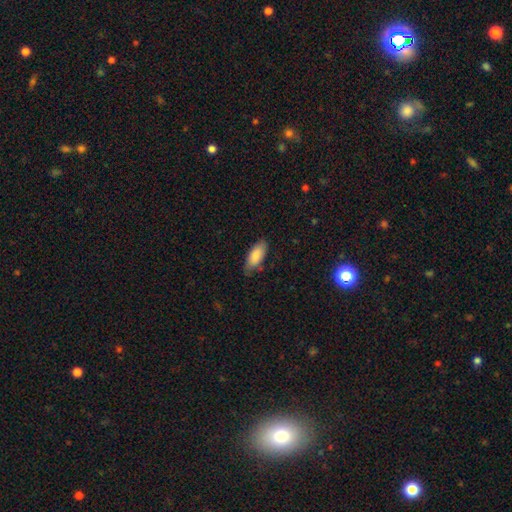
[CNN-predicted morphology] Q: Smooth or featured?
A: smooth (85%); runner-up: featured or disk (9%)
Q: How rounded?
A: in between (83%); runner-up: cigar-shaped (15%)
Q: Merging?
A: none (73%); runner-up: minor disturbance (22%)